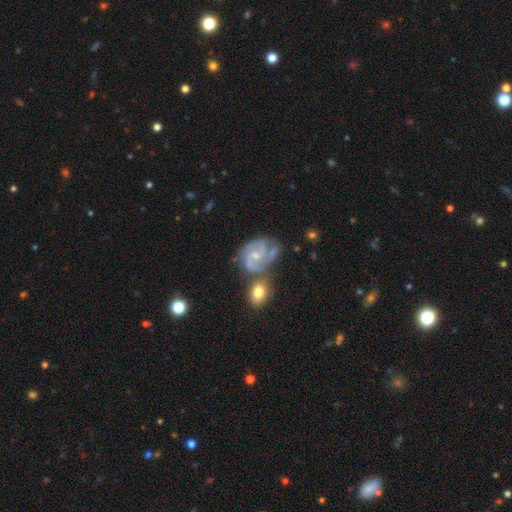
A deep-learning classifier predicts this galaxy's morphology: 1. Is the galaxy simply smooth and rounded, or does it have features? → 84% featured or disk, 10% smooth, 6% star or artifact.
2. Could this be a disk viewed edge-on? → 98% no, 2% yes.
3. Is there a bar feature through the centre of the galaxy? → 50% no, 43% weak, 7% strong.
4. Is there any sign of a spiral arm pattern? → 96% yes, 4% no.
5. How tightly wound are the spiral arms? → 52% medium, 35% tight, 13% loose.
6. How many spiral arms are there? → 55% 2, 23% 3, 12% can't tell, 4% 4, 3% 1, 3% more than 4.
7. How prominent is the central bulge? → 59% small, 33% moderate, 5% none, 1% large, 1% dominant.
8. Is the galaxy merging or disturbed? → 47% none, 22% minor disturbance, 20% merger, 11% major disturbance.